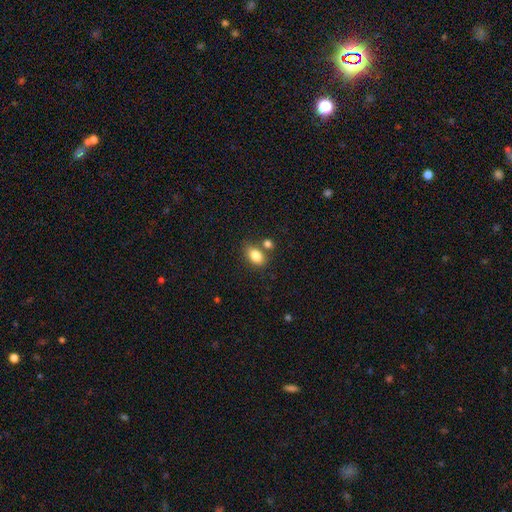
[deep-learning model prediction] A smooth galaxy with no disk features (83%) that is in between round and cigar-shaped (85%).

Vote fractions:
- Smooth or featured? smooth: 83% / star or artifact: 9% / featured or disk: 8%
- How rounded? in between: 85% / round: 13% / cigar-shaped: 2%
- Merging? none: 66% / merger: 18% / minor disturbance: 12% / major disturbance: 3%